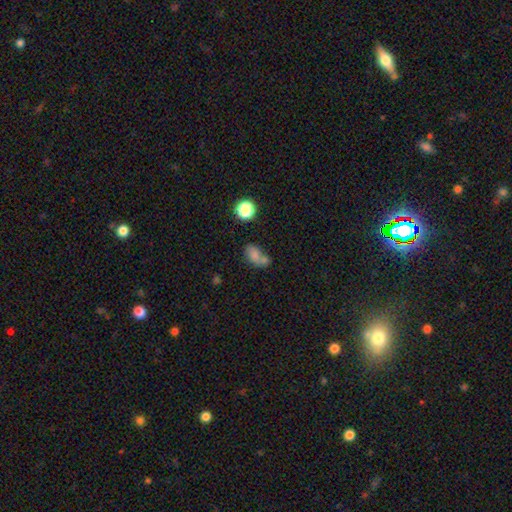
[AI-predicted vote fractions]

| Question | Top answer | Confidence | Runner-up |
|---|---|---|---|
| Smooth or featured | smooth | 72% | featured or disk (15%) |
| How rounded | in between | 79% | round (19%) |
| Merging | merger | 48% | none (31%) |